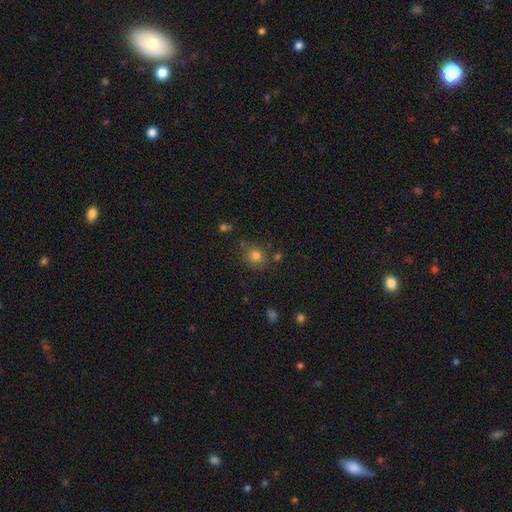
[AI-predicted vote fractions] Smooth or featured: smooth — 78% (star or artifact — 14%)
How rounded: round — 77% (in between — 22%)
Merging: none — 75% (minor disturbance — 14%)